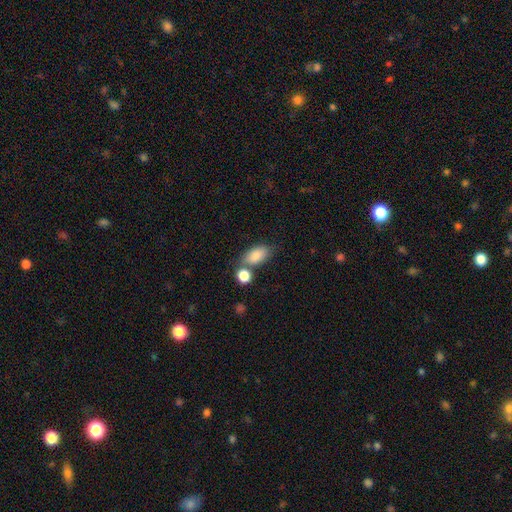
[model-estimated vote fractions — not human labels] smooth 84%, featured or disk 8%, star or artifact 8%. Down the decision tree: how rounded — in between (88%); merging — none (60%).